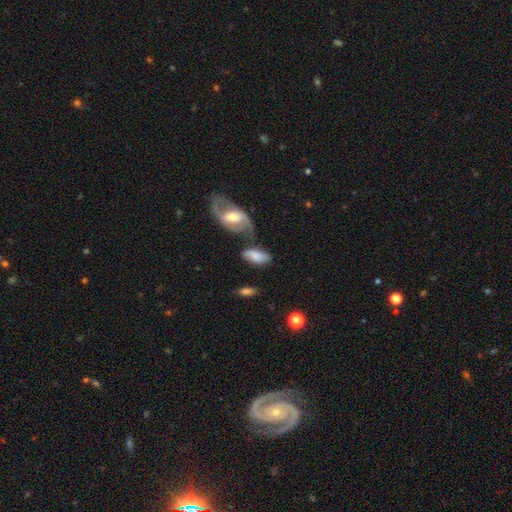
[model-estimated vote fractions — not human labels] Smooth or featured?
  - smooth: 61% *
  - featured or disk: 32%
  - star or artifact: 8%
How rounded?
  - in between: 89% *
  - cigar-shaped: 8%
  - round: 3%
Merging?
  - none: 42% *
  - minor disturbance: 24%
  - merger: 21%
  - major disturbance: 13%